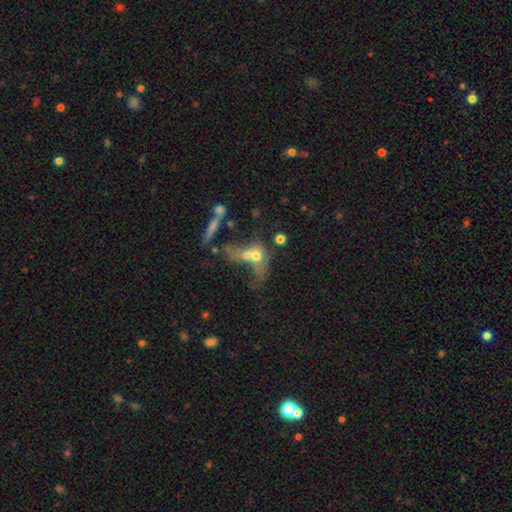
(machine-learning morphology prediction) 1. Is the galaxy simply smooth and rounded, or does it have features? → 54% smooth, 32% featured or disk, 13% star or artifact.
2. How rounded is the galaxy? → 50% in between, 40% round, 10% cigar-shaped.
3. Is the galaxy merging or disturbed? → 67% merger, 15% major disturbance, 12% none, 6% minor disturbance.